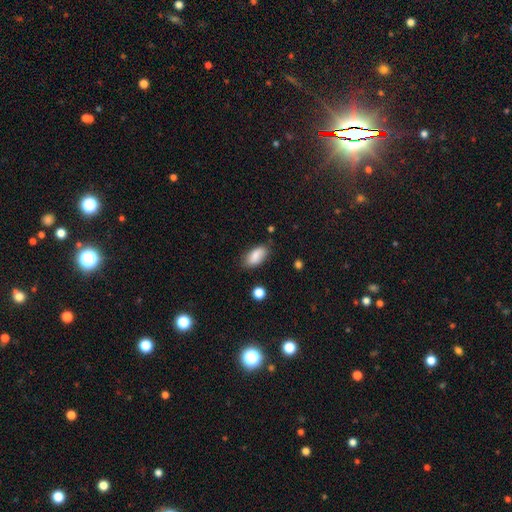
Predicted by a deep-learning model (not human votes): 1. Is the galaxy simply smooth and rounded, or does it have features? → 84% smooth, 9% featured or disk, 7% star or artifact.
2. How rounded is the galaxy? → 91% in between, 6% cigar-shaped, 3% round.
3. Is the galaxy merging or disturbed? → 76% none, 18% minor disturbance, 3% major disturbance, 3% merger.